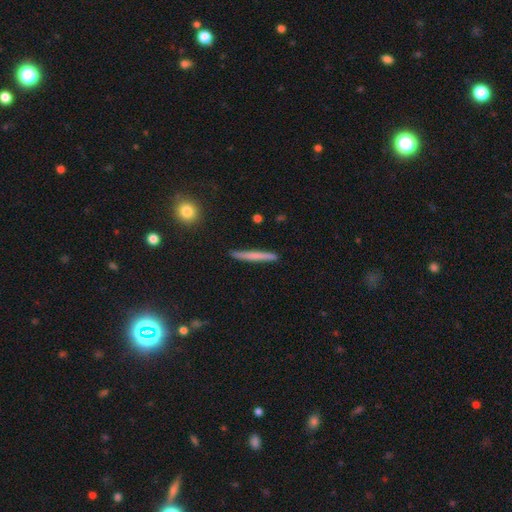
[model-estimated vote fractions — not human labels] The model was most divided on "smooth or featured": smooth: 59%, featured or disk: 35%, star or artifact: 6%. More confident: how rounded — cigar-shaped (96%); merging — none (90%).